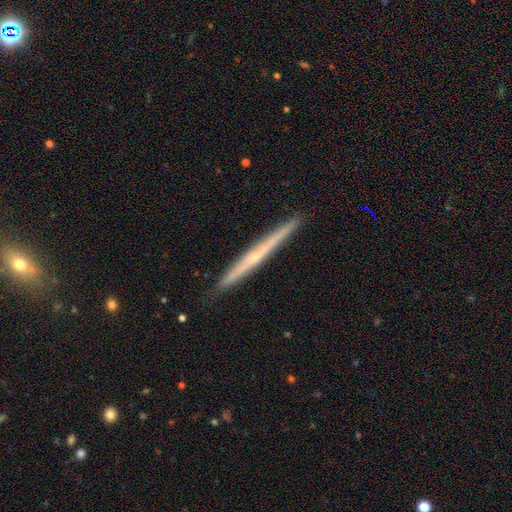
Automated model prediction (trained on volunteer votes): smooth-or-featured: featured or disk: 68% | smooth: 26% | star or artifact: 6%
  disk-edge-on: yes: 98% | no: 2%
    edge-on-bulge: none: 54% | rounded: 42% | boxy: 4%
  merging: none: 91% | minor disturbance: 7% | major disturbance: 1% | merger: 1%